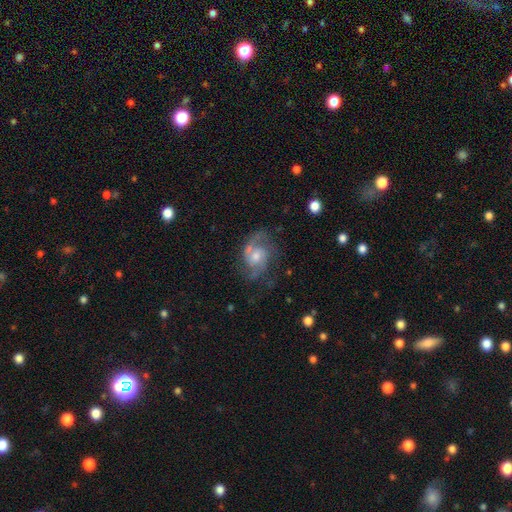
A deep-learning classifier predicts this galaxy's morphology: Smooth or featured? featured or disk (83%)
Edge-on disk? no (98%)
Bar? no (58%)
Spiral arms? yes (95%)
Spiral winding? medium (52%)
Spiral arm count? 2 (65%)
Bulge size? moderate (51%)
Merging? none (66%)